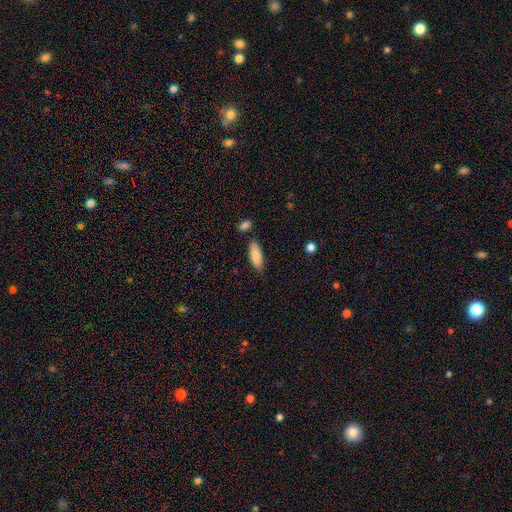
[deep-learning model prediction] Smooth or featured? Predicted: smooth (p=0.83). How rounded? Predicted: in between (p=0.71). Merging? Predicted: none (p=0.79).